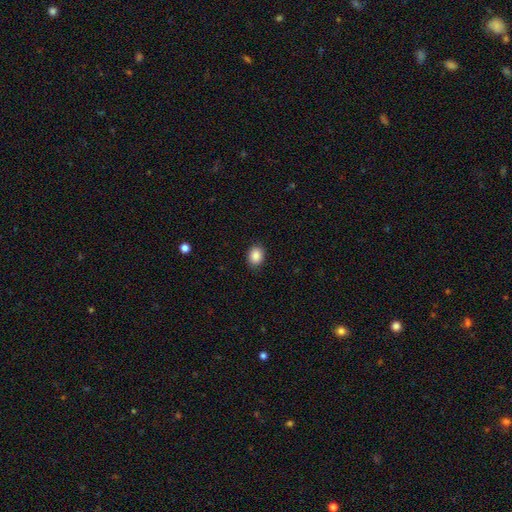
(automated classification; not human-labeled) Smooth or featured?
  - smooth: 88% *
  - star or artifact: 8%
  - featured or disk: 4%
How rounded?
  - in between: 59% *
  - round: 40%
  - cigar-shaped: 1%
Merging?
  - none: 89% *
  - minor disturbance: 8%
  - major disturbance: 2%
  - merger: 1%